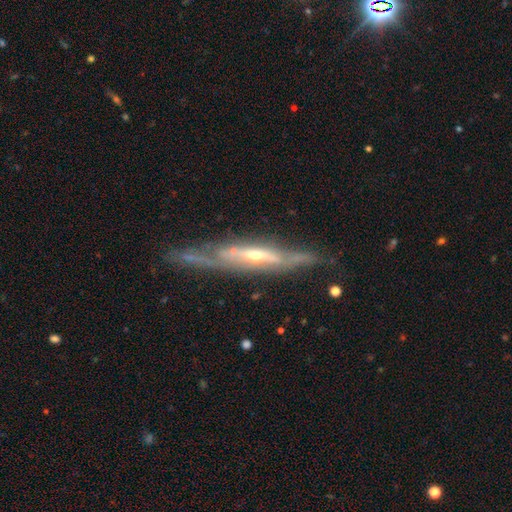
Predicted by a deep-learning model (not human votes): Morphology: type=featured or disk (84%); edge-on=yes (72%); edge-on bulge=rounded (64%); merging=none (70%).